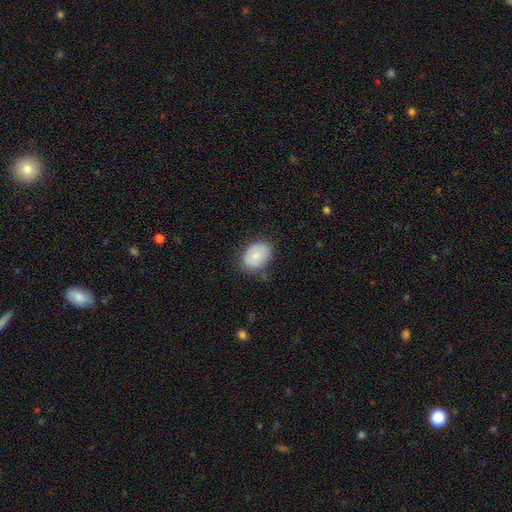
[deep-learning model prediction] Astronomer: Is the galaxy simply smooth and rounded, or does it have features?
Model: smooth — 82%.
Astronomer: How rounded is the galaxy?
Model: in between — 80%.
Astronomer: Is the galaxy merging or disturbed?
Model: none — 73%.